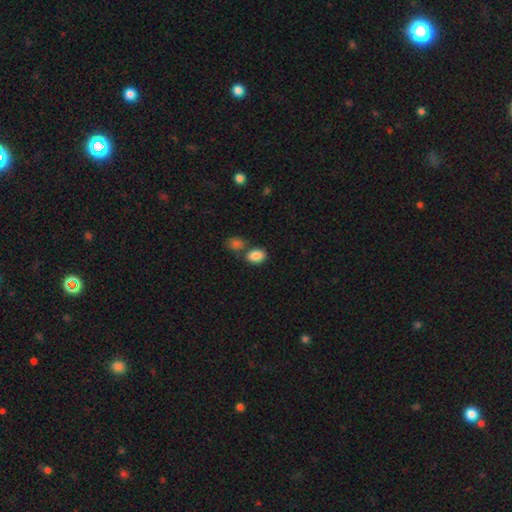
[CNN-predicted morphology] smooth-or-featured: smooth: 86% | star or artifact: 8% | featured or disk: 5%
  how-rounded: in between: 75% | round: 24% | cigar-shaped: 1%
  merging: none: 62% | merger: 22% | minor disturbance: 12% | major disturbance: 4%